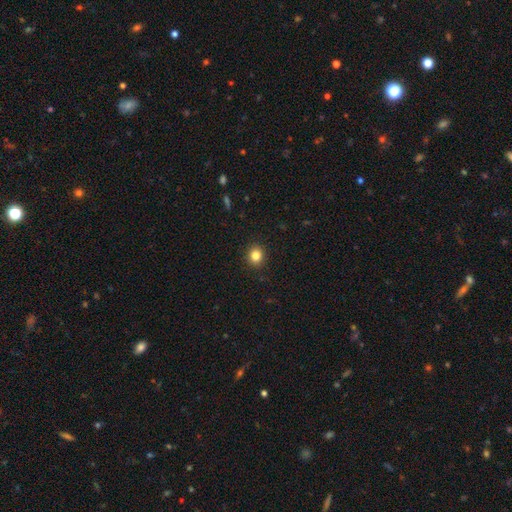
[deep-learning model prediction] Overall: smooth (83%). How rounded: round (79%). Merging: none (92%).